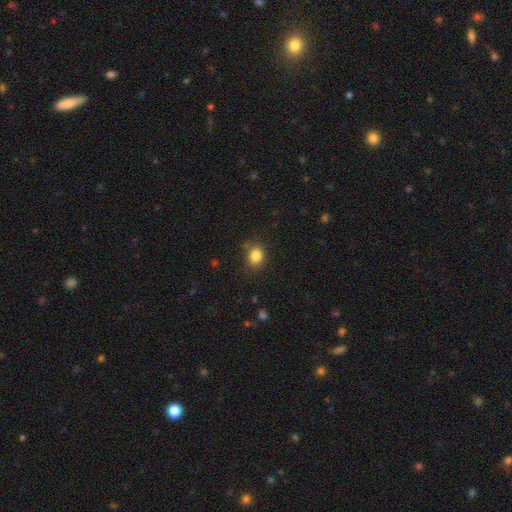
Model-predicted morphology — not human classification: smooth 84%, star or artifact 11%, featured or disk 5%. Down the decision tree: how rounded — round (55%); merging — none (83%).